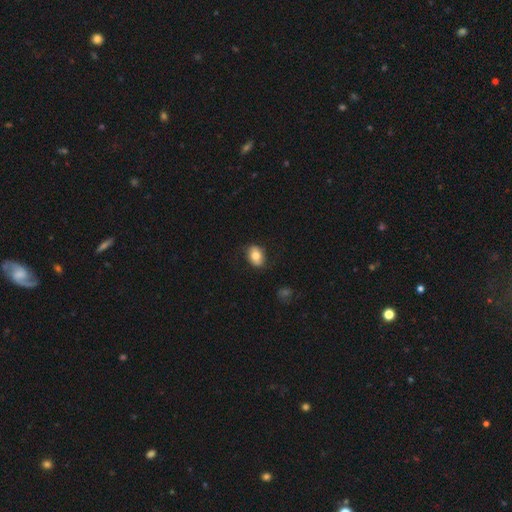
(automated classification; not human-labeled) Smooth or featured: smooth — 76% (featured or disk — 17%)
How rounded: in between — 75% (round — 24%)
Merging: none — 80% (minor disturbance — 15%)